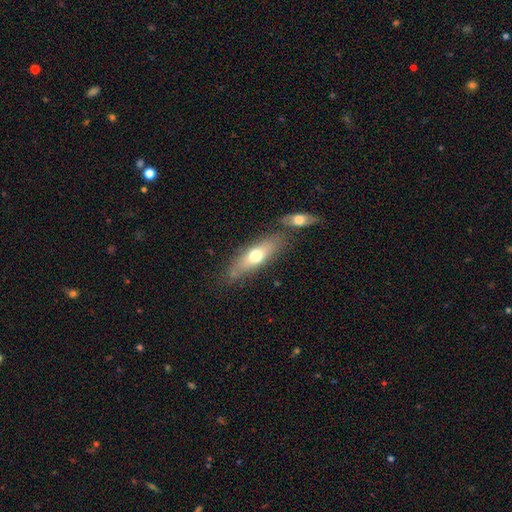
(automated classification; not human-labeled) This appears to be a smooth galaxy with no disk features (59%) that is cigar-shaped (53%). Merging: none (68%).